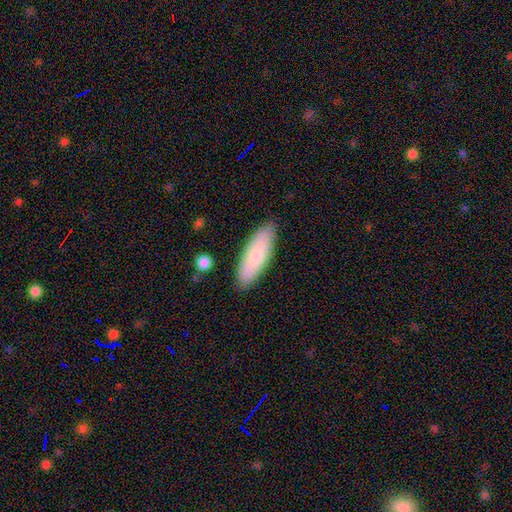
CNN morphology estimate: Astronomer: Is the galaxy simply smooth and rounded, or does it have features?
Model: smooth — 79%.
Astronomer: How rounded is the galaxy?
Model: in between — 57% (runner-up: cigar-shaped, 41%).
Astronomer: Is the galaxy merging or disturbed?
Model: none — 86%.